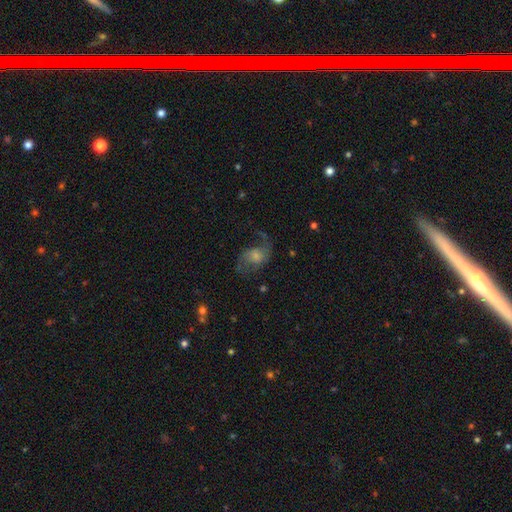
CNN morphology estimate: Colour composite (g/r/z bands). It shows a featured or disk galaxy (68%) with no bar (53%), 2 (83%) loose (67%) spiral arms (90%) and a moderate central bulge (35%, tied with small). Merging: none (54%).